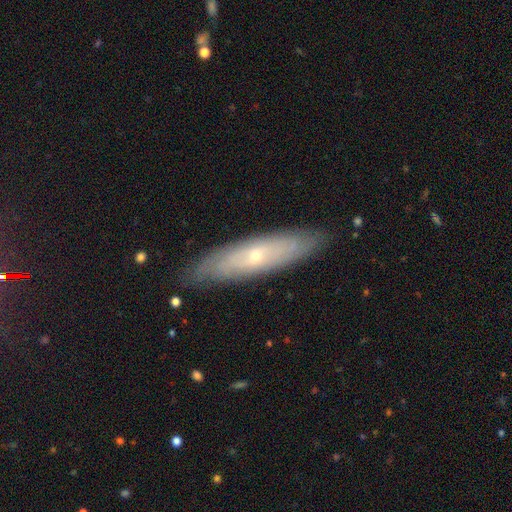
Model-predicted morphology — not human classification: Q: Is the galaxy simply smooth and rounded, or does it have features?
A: featured or disk — 60%.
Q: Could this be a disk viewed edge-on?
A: no — 57%.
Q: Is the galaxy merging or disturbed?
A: none — 84%.